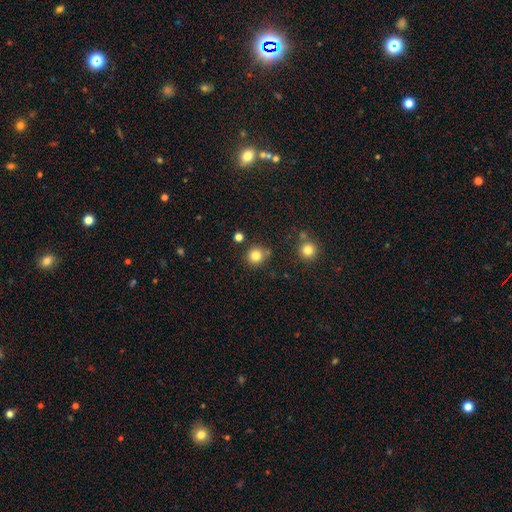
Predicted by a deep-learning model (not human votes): Smooth or featured: smooth — 82% (star or artifact — 12%)
How rounded: round — 91% (in between — 8%)
Merging: none — 80% (minor disturbance — 11%)